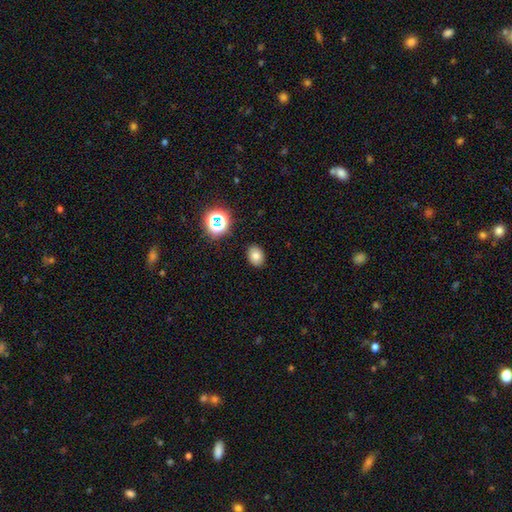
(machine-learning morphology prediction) Smooth or featured?
  - smooth: 78% *
  - star or artifact: 14%
  - featured or disk: 8%
How rounded?
  - in between: 65% *
  - round: 34%
  - cigar-shaped: 1%
Merging?
  - none: 88% *
  - minor disturbance: 8%
  - major disturbance: 2%
  - merger: 1%